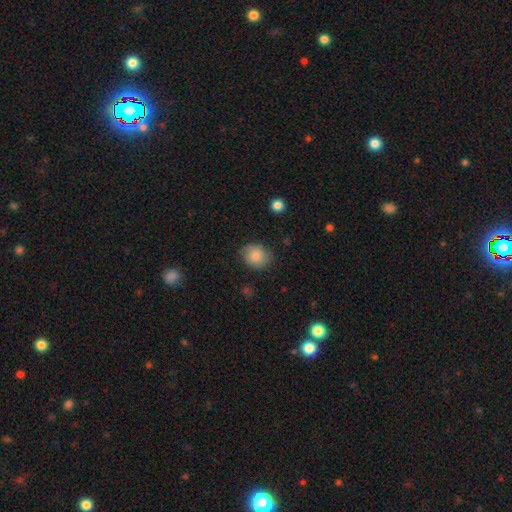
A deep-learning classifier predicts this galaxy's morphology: This is clearly a smooth galaxy (82%). How rounded: possibly round (60%). Merging: likely none (74%).